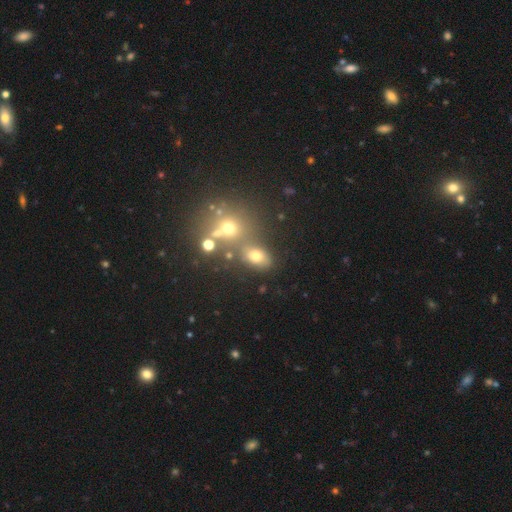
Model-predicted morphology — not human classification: Smooth or featured: smooth — 68% (star or artifact — 19%)
How rounded: in between — 66% (round — 31%)
Merging: none — 57% (merger — 25%)